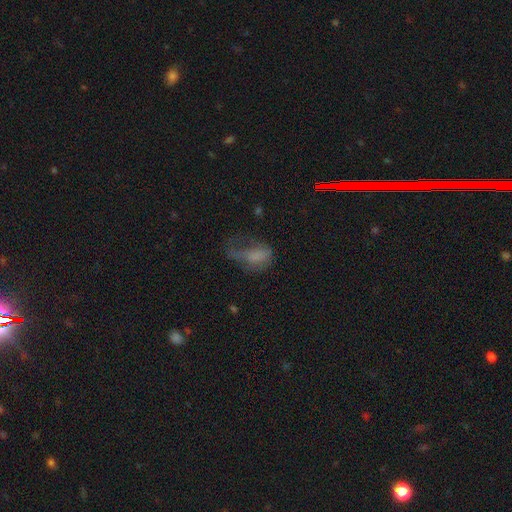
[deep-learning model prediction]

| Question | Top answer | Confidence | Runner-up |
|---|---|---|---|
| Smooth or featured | smooth | 57% | featured or disk (28%) |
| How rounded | in between | 82% | round (13%) |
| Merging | major disturbance | 55% | none (21%) |